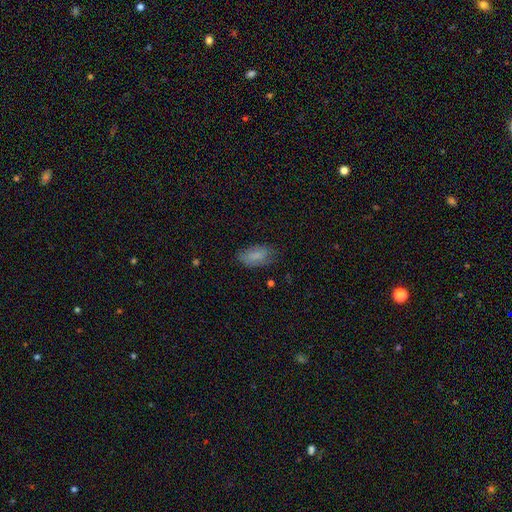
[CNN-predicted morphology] smooth_or_featured: smooth (p=0.83) [alt: featured or disk p=0.10]
how_rounded: in between (p=0.91) [alt: cigar-shaped p=0.06]
merging: none (p=0.73) [alt: minor disturbance p=0.21]